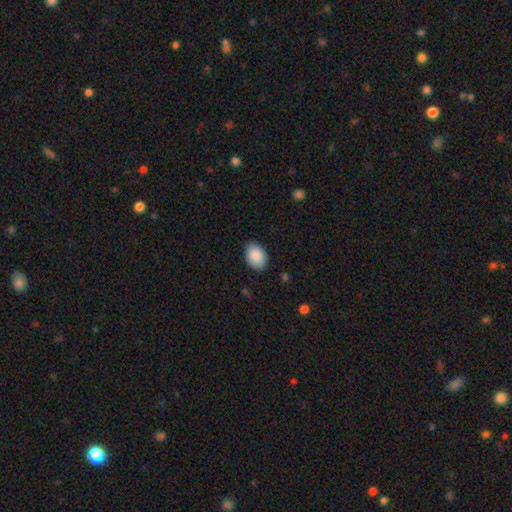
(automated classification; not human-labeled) This is clearly a smooth galaxy (90%). How rounded: clearly in between (82%). Merging: clearly none (86%).